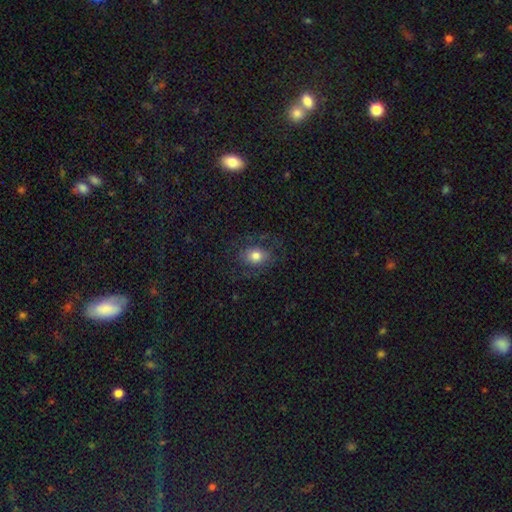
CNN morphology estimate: Smooth or featured: smooth — 71% (featured or disk — 18%)
How rounded: in between — 55% (round — 44%)
Merging: none — 72% (minor disturbance — 16%)